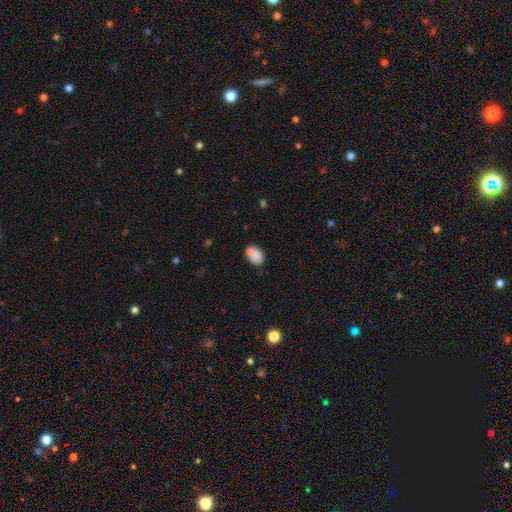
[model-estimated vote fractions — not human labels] Smooth or featured: smooth — 79% (featured or disk — 12%)
How rounded: in between — 80% (round — 19%)
Merging: none — 56% (merger — 23%)